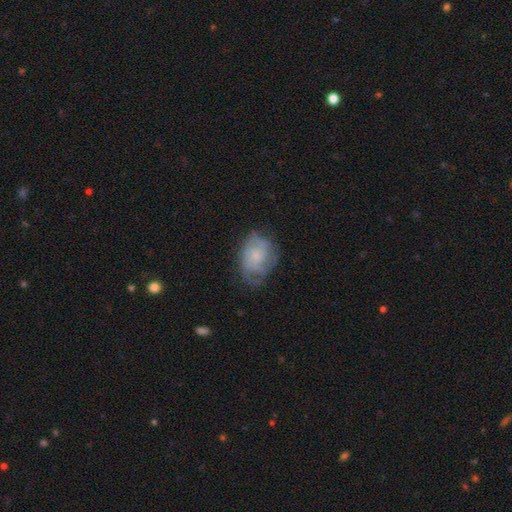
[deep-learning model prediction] A featured or disk galaxy (54%) with no bar (79%), spiral arms (77%) and a small central bulge (51%).

Vote fractions:
- Smooth or featured? featured or disk: 54% / smooth: 38% / star or artifact: 8%
- Edge-on disk? no: 97% / yes: 3%
- Bar? no: 79% / weak: 19% / strong: 2%
- Spiral arms? yes: 77% / no: 23%
- Bulge size? small: 51% / moderate: 28% / none: 15% / large: 4% / dominant: 1%
- Merging? none: 56% / minor disturbance: 28% / major disturbance: 15% / merger: 1%